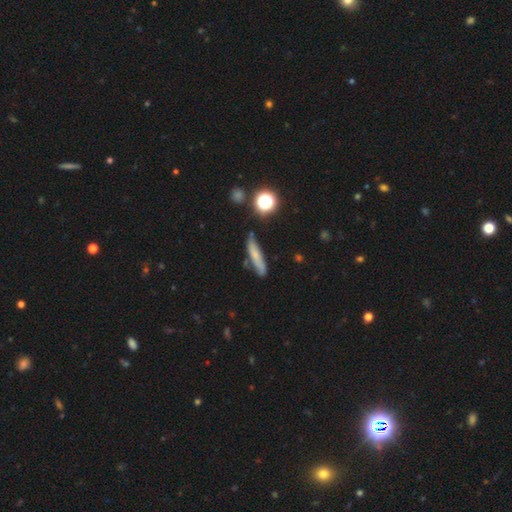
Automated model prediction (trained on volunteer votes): smooth 64%, featured or disk 24%, star or artifact 12%. Down the decision tree: how rounded — cigar-shaped (79%); merging — none (71%).